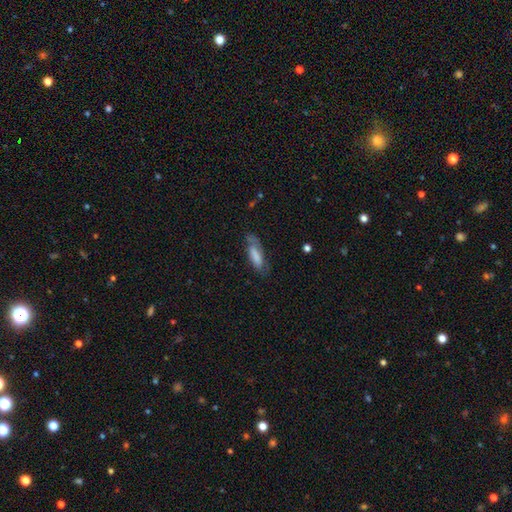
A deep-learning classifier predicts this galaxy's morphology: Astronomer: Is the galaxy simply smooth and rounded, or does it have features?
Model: smooth — 69%.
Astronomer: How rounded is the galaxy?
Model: in between — 54% (runner-up: cigar-shaped, 45%).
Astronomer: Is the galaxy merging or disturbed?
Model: none — 61%.